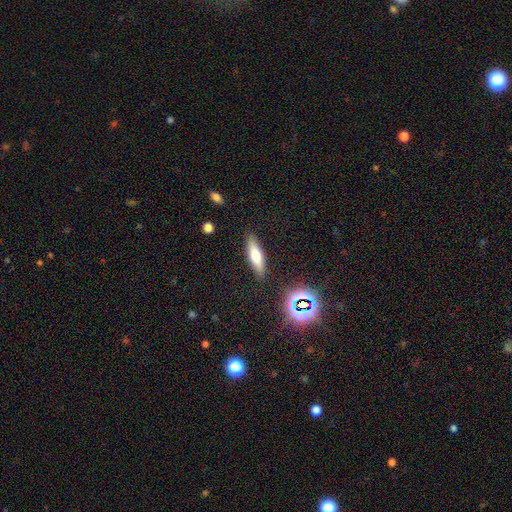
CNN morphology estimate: Smooth or featured? smooth (59%)
How rounded? cigar-shaped (66%)
Merging? none (86%)